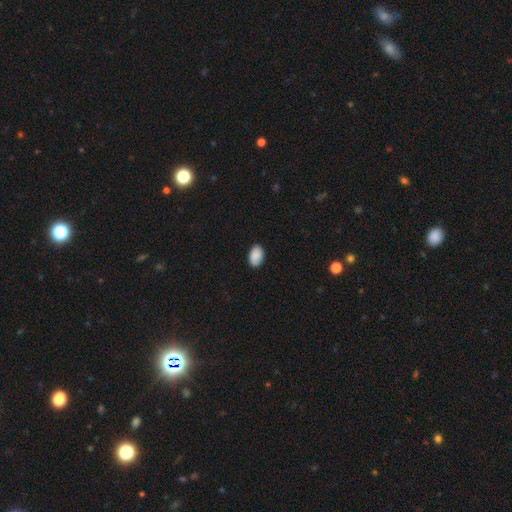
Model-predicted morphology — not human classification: Smooth or featured? Predicted: smooth (p=0.90). How rounded? Predicted: in between (p=0.90). Merging? Predicted: none (p=0.88).